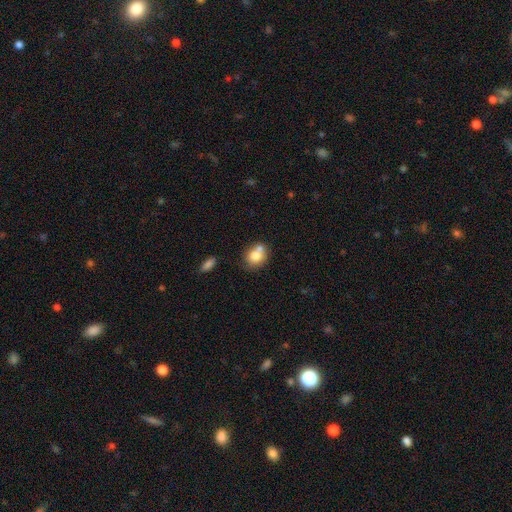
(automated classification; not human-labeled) Morphology: type=smooth (76%); roundness=round (67%); merging=none (46%).